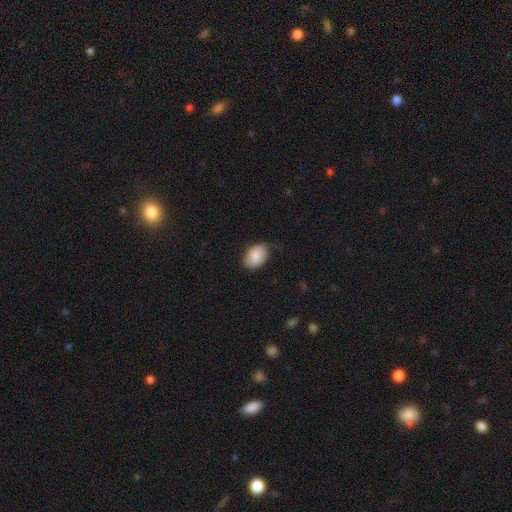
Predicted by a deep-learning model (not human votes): Smooth or featured? Predicted: smooth (p=0.82). How rounded? Predicted: in between (p=0.86). Merging? Predicted: none (p=0.67).